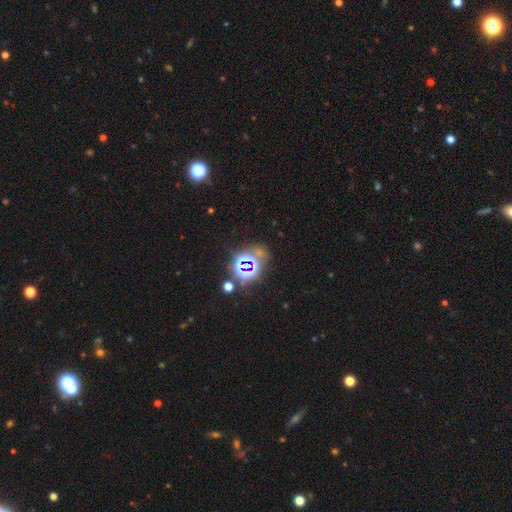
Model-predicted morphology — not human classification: type=star or artifact (74%).